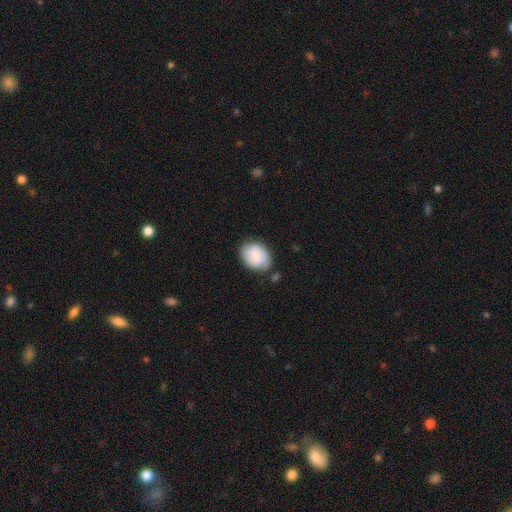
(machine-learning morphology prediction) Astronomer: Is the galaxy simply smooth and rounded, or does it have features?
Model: smooth — 75%.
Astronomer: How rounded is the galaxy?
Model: in between — 65%.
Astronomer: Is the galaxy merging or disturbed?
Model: none — 70%.